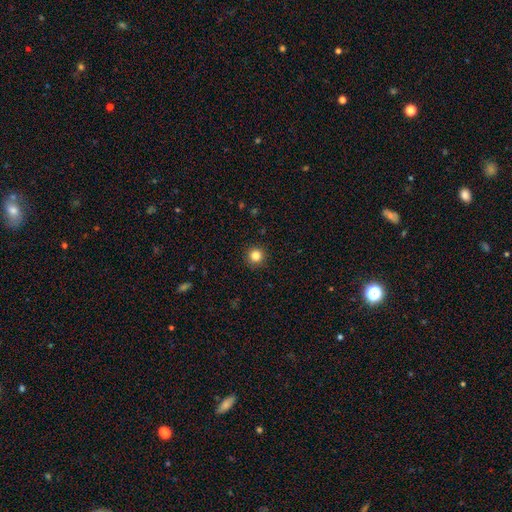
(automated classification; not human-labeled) smooth_or_featured: smooth (p=0.83) [alt: star or artifact p=0.12]
how_rounded: round (p=0.96) [alt: in between p=0.03]
merging: none (p=0.93) [alt: minor disturbance p=0.05]